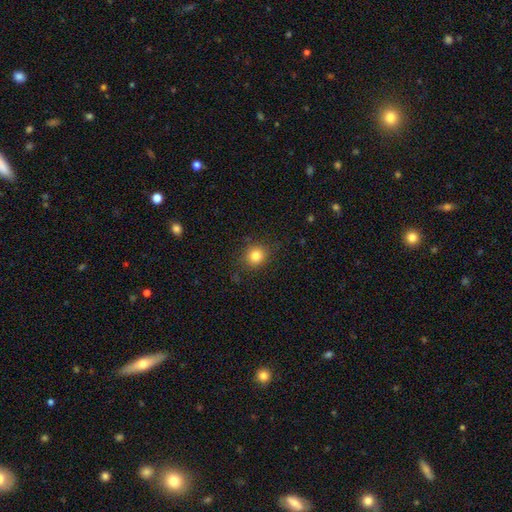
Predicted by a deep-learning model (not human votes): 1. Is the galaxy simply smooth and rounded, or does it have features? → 82% smooth, 12% star or artifact, 6% featured or disk.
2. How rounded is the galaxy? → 82% round, 17% in between, 1% cigar-shaped.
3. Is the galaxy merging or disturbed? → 85% none, 10% minor disturbance, 3% major disturbance, 1% merger.